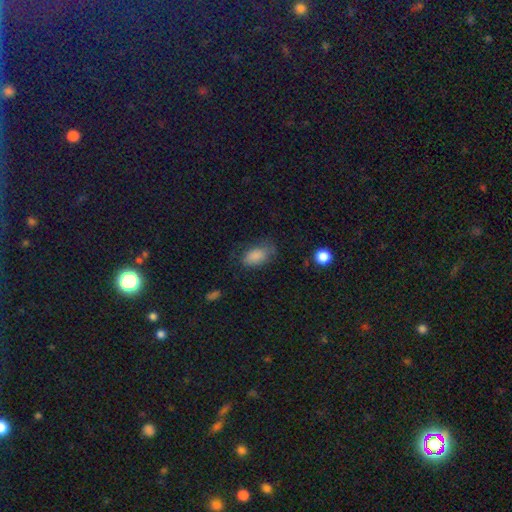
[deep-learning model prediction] smooth_or_featured: smooth (p=0.81) [alt: star or artifact p=0.09]
how_rounded: in between (p=0.90) [alt: round p=0.07]
merging: none (p=0.58) [alt: minor disturbance p=0.26]